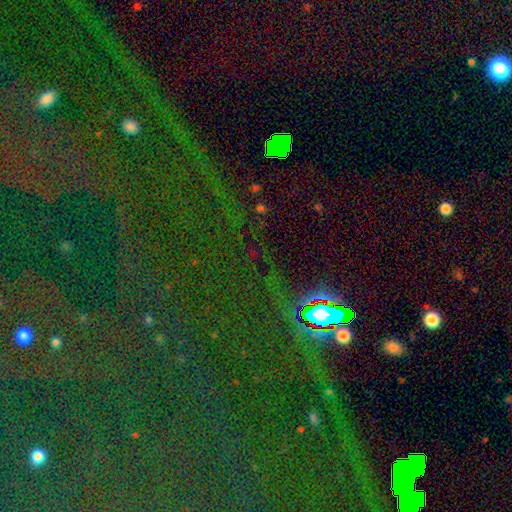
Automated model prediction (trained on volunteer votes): Q: Smooth or featured?
A: star or artifact (82%); runner-up: smooth (10%)